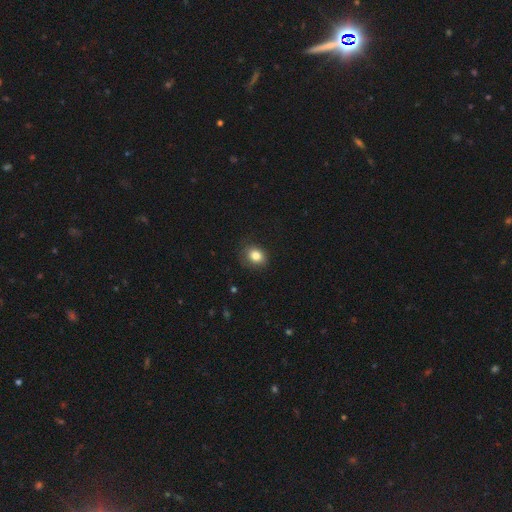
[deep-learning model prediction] A smooth galaxy with no disk features (83%) that is round (53%). Merging: none (80%).